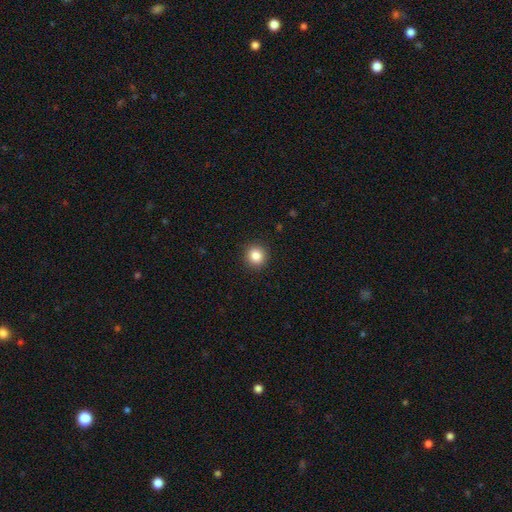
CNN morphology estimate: This is clearly a smooth galaxy (85%). How rounded: clearly round (91%). Merging: clearly none (92%).